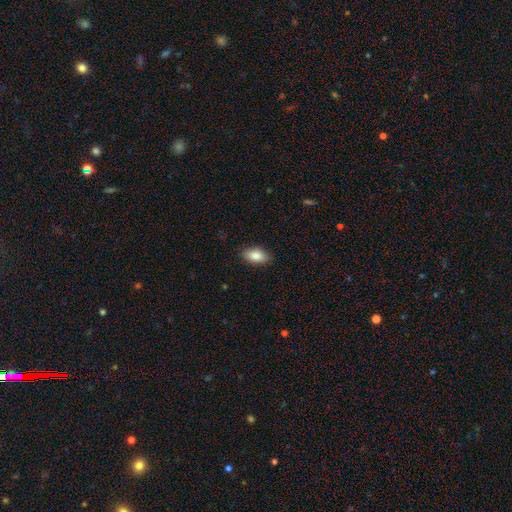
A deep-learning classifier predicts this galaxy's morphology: A smooth galaxy with no disk features (86%) that is in between round and cigar-shaped (91%).

Vote fractions:
- Smooth or featured? smooth: 86% / featured or disk: 8% / star or artifact: 7%
- How rounded? in between: 91% / cigar-shaped: 5% / round: 4%
- Merging? none: 87% / minor disturbance: 9% / major disturbance: 2% / merger: 1%